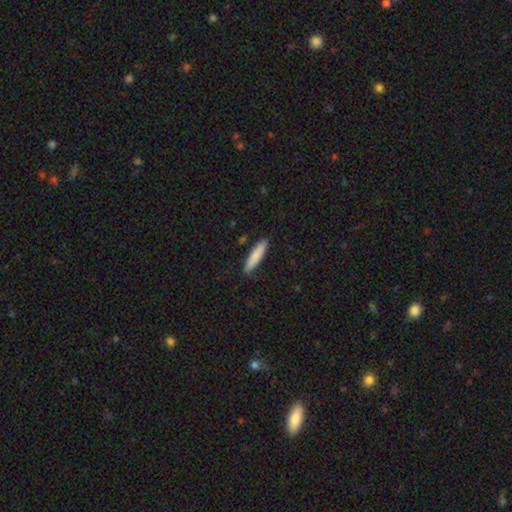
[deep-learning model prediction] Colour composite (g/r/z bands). It shows a smooth galaxy with no disk features (82%) that is cigar-shaped (80%). Merging: none (88%).